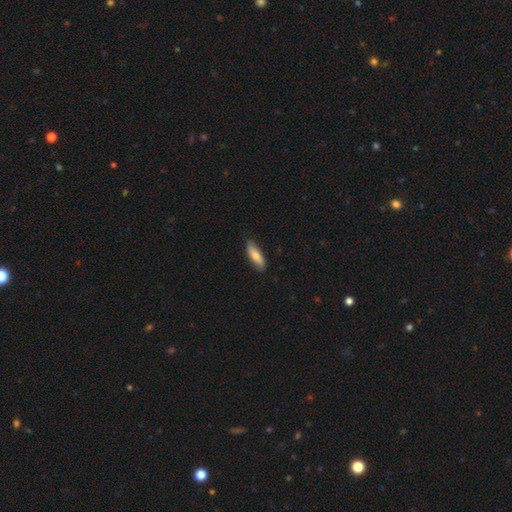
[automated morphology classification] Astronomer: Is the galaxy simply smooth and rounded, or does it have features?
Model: smooth — 75%.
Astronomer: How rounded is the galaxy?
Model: cigar-shaped — 50% (runner-up: in between, 48%).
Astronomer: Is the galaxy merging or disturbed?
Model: none — 81%.